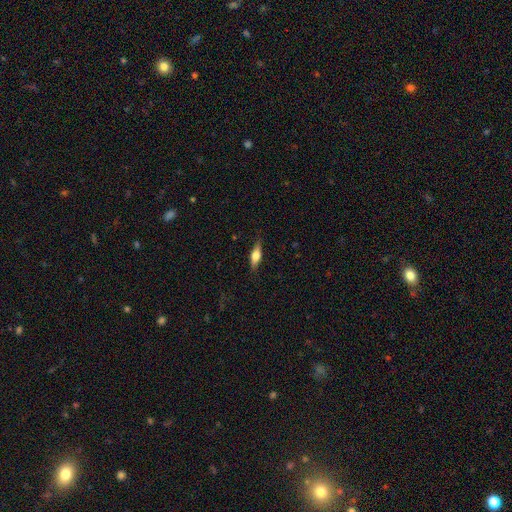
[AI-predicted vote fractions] This appears to be a smooth galaxy with no disk features (54%) that is in between round and cigar-shaped (51%). Merging: none (83%).